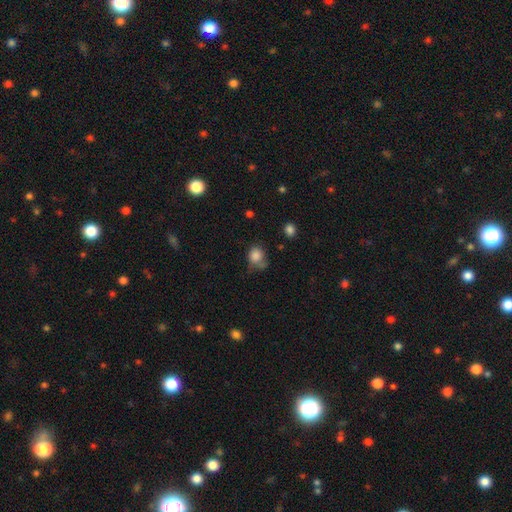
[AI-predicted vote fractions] This appears to be a smooth galaxy with no disk features (82%) that is round (68%). Merging: none (47%).